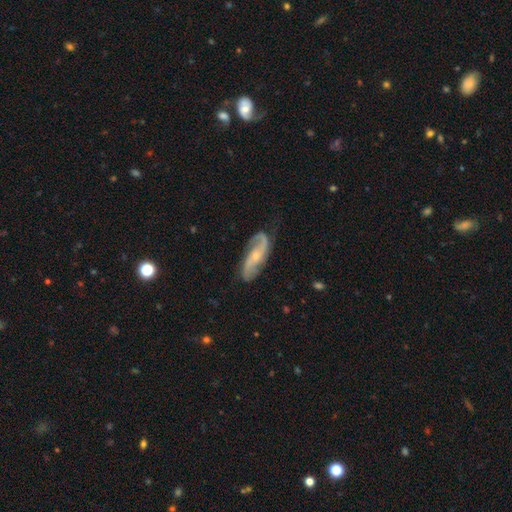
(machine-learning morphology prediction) featured or disk 82%, smooth 12%, star or artifact 5%. Down the decision tree: edge-on disk — no (92%); bar — no (55%); spiral arms — yes (95%); spiral arm count — 2 (87%); spiral winding — loose (44%); bulge size — small (60%); merging — none (74%).